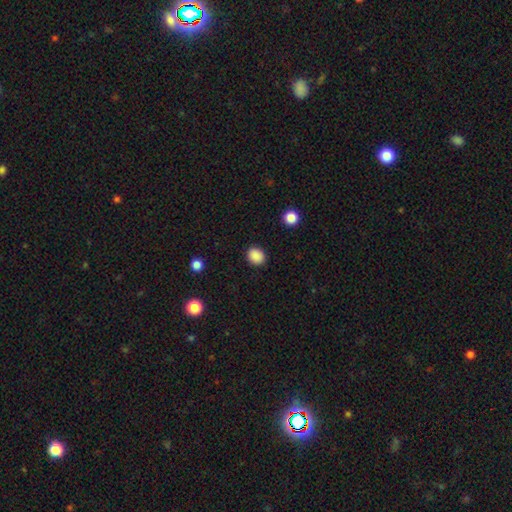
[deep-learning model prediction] Smooth or featured? smooth (88%)
How rounded? round (66%)
Merging? none (90%)